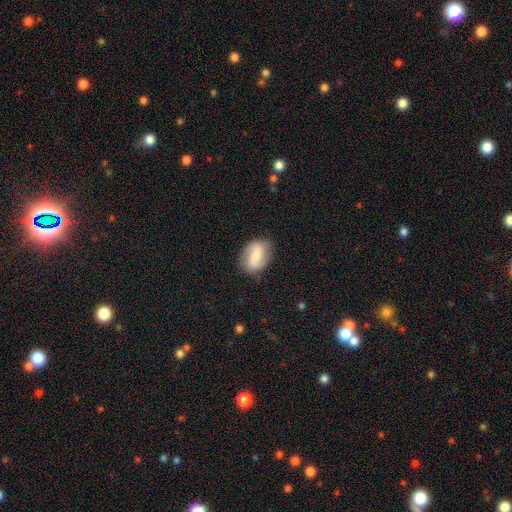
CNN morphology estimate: This appears to be a featured or disk galaxy (54%) with a weak bar (43%), spiral arms (87%) and a small central bulge (48%). Merging: none (82%).